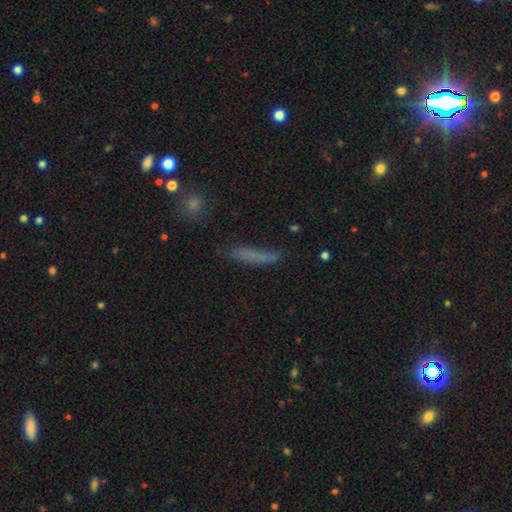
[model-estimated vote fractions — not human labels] Smooth or featured? Predicted: smooth (p=0.65). How rounded? Predicted: cigar-shaped (p=0.89). Merging? Predicted: none (p=0.70).